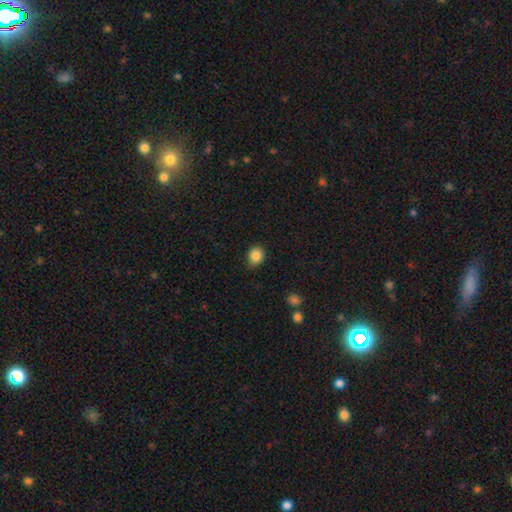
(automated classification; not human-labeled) Smooth or featured? smooth (86%)
How rounded? round (57%)
Merging? none (79%)